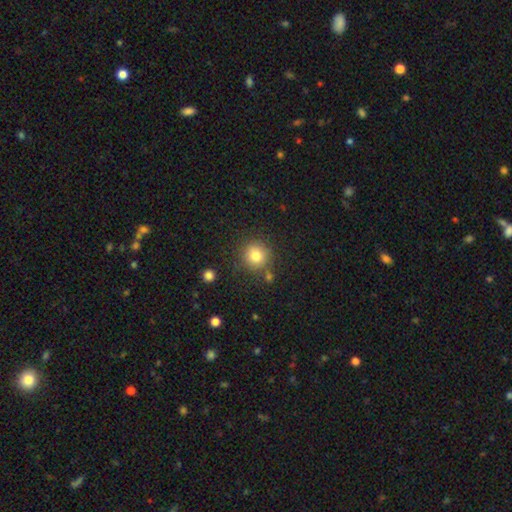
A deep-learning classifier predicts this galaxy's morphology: A smooth galaxy with no disk features (81%) that is round (92%). Merging: none (81%).